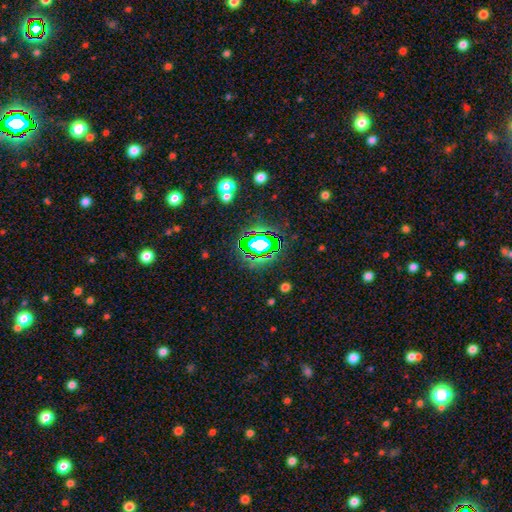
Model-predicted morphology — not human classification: The model was most divided on "smooth or featured": star or artifact: 75%, smooth: 16%, featured or disk: 9%.